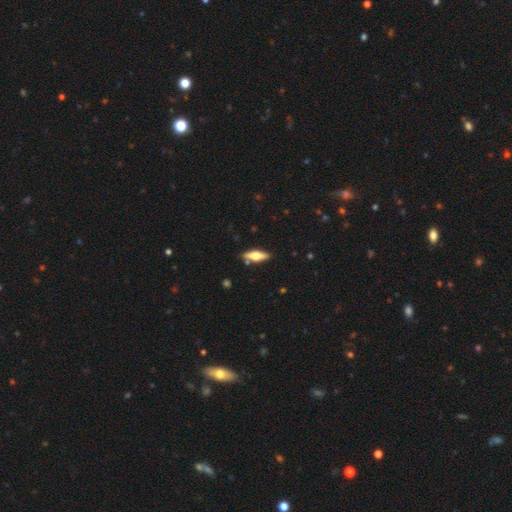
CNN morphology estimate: smooth_or_featured: featured or disk (p=0.50) [alt: smooth p=0.44]
disk_edge_on: yes (p=0.91) [alt: no p=0.09]
merging: none (p=0.84) [alt: minor disturbance p=0.10]